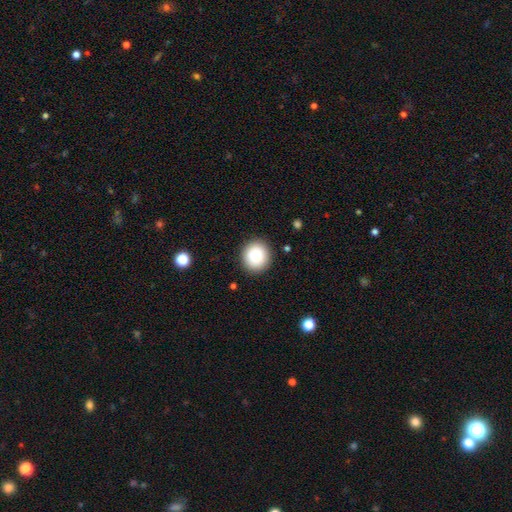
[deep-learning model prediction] Smooth or featured?
  - smooth: 85% *
  - star or artifact: 8%
  - featured or disk: 6%
How rounded?
  - round: 89% *
  - in between: 10%
  - cigar-shaped: 1%
Merging?
  - none: 89% *
  - minor disturbance: 7%
  - major disturbance: 2%
  - merger: 1%